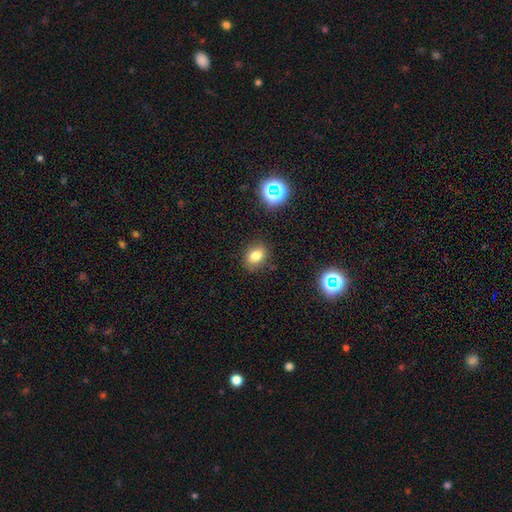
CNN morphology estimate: type=smooth (77%); roundness=in between (59%); merging=none (85%).